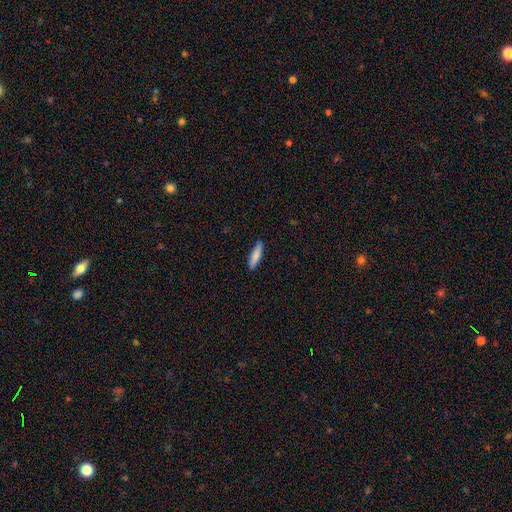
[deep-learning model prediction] This appears to be a smooth galaxy with no disk features (82%) that is cigar-shaped (73%). Merging: none (88%).